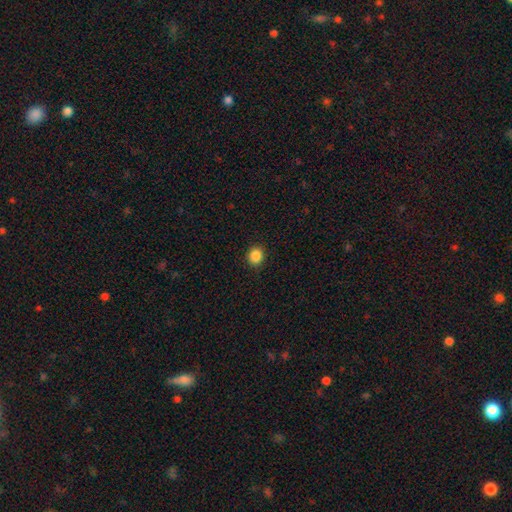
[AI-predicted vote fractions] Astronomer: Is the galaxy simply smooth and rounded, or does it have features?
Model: smooth — 87%.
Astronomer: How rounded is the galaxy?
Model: round — 80%.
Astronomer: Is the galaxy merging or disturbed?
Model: none — 91%.